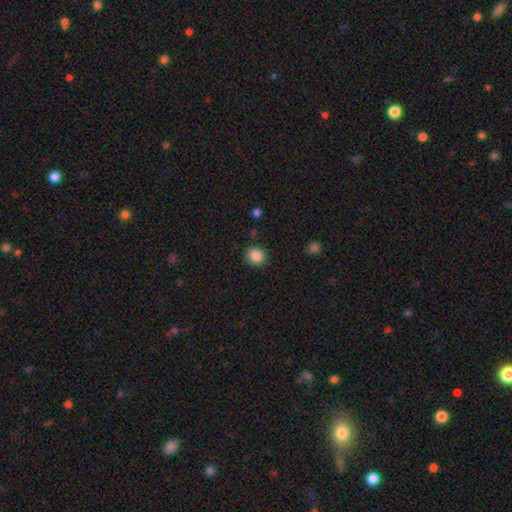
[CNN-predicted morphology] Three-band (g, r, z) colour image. It shows a smooth galaxy with no disk features (87%) that is round (82%). Merging: none (86%).